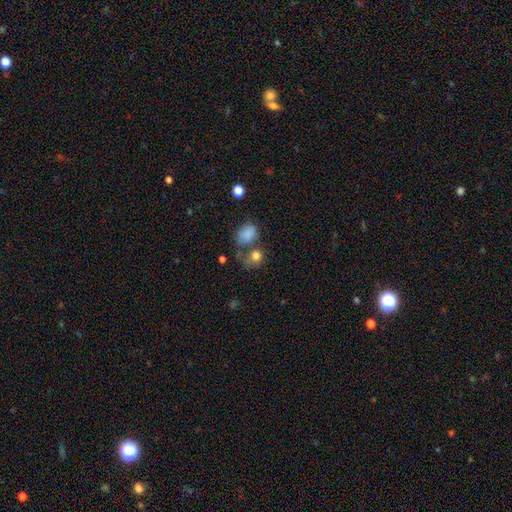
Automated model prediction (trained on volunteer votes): Smooth or featured: smooth — 80% (star or artifact — 11%)
How rounded: round — 66% (in between — 33%)
Merging: none — 41% (merger — 30%)